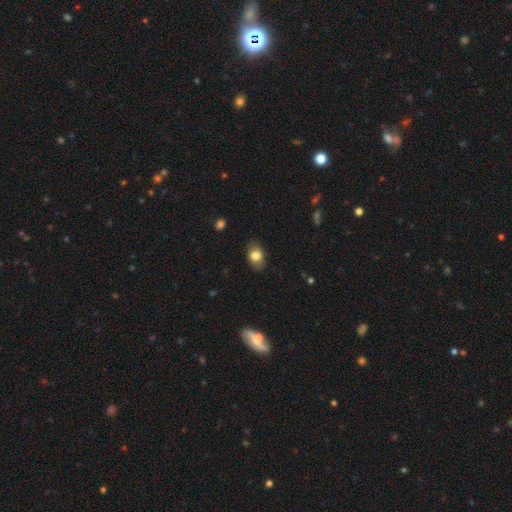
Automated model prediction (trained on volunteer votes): A smooth galaxy with no disk features (79%) that is in between round and cigar-shaped (81%). Merging: none (83%).